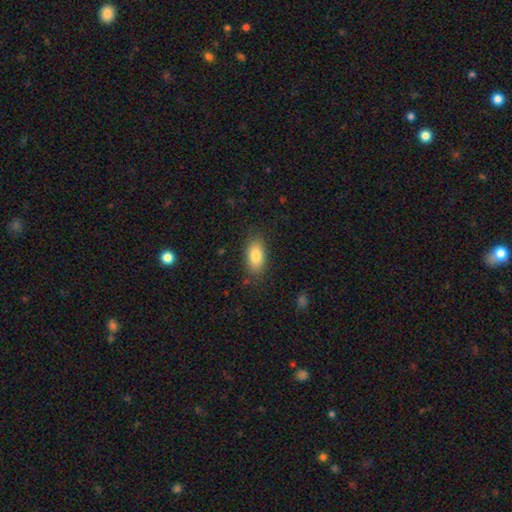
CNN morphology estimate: Smooth or featured: smooth — 82% (featured or disk — 10%)
How rounded: in between — 89% (cigar-shaped — 6%)
Merging: none — 83% (minor disturbance — 13%)